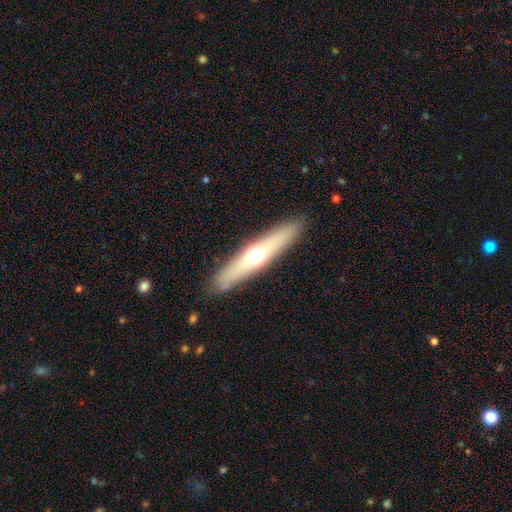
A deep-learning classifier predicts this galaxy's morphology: A featured or disk galaxy (49%). Merging: none (89%).